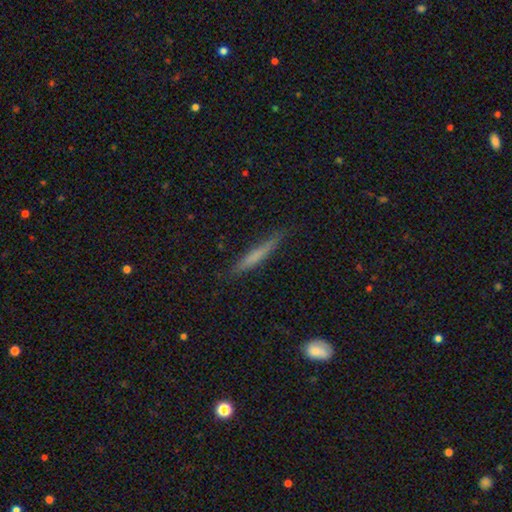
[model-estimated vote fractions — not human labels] This appears to be a smooth galaxy with no disk features (60%) that is cigar-shaped (95%). Merging: none (82%).